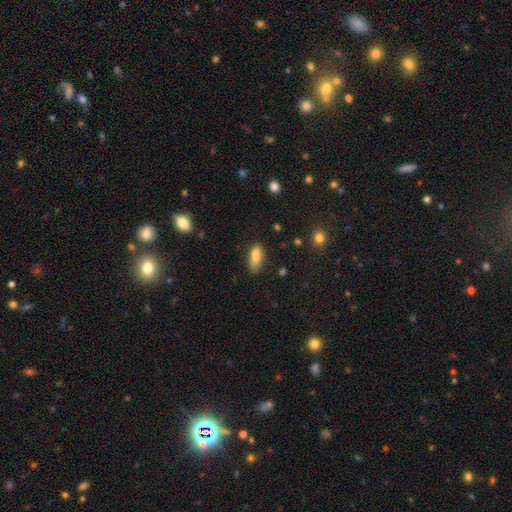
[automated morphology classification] This appears to be a smooth galaxy with no disk features (84%) that is in between round and cigar-shaped (70%). Merging: none (63%).